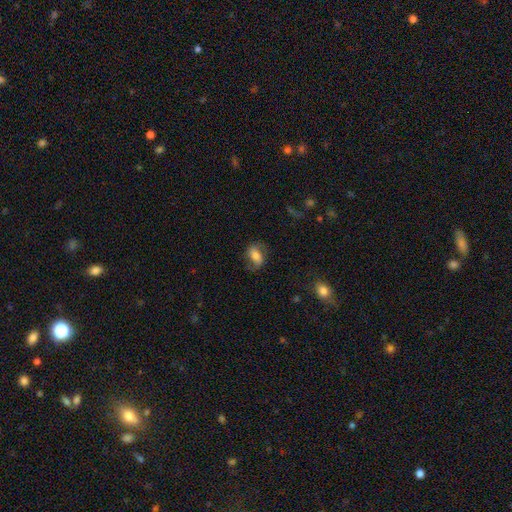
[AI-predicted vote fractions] Overall: smooth (52%; featured or disk 39%). How rounded: in between (81%). Merging: none (65%).